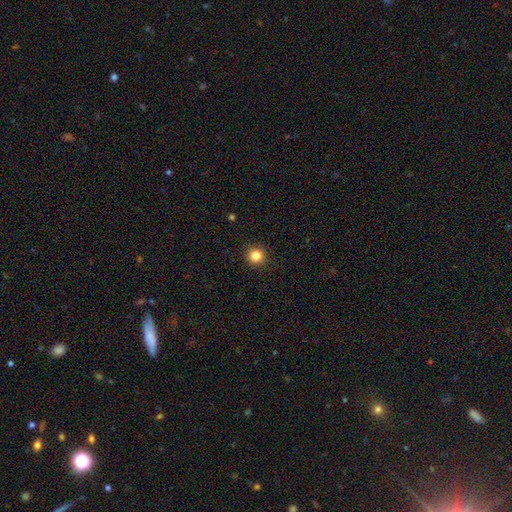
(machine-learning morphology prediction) Smooth or featured? smooth (84%)
How rounded? round (94%)
Merging? none (93%)